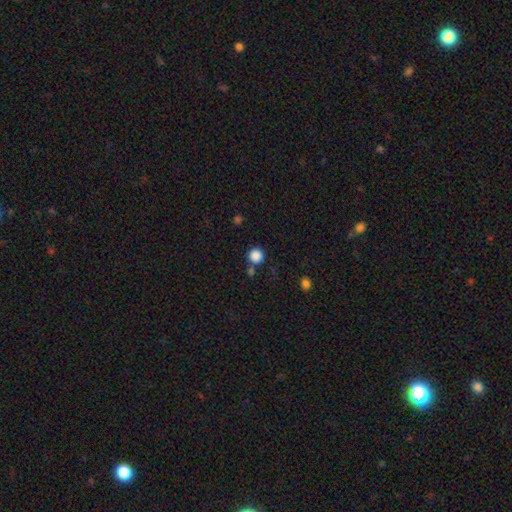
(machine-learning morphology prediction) Smooth or featured? Predicted: smooth (p=0.86). How rounded? Predicted: round (p=0.94). Merging? Predicted: none (p=0.78).